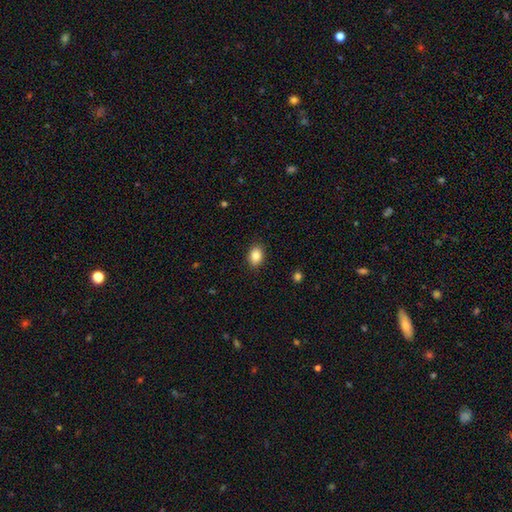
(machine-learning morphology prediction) Overall: smooth (87%). How rounded: in between (80%). Merging: none (89%).